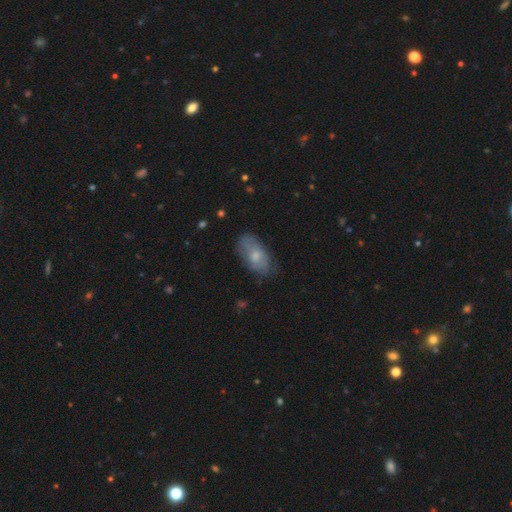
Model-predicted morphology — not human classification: A smooth galaxy with no disk features (68%) that is in between round and cigar-shaped (92%).

Vote fractions:
- Smooth or featured? smooth: 68% / featured or disk: 26% / star or artifact: 7%
- How rounded? in between: 92% / cigar-shaped: 4% / round: 4%
- Merging? none: 71% / minor disturbance: 22% / major disturbance: 6% / merger: 1%